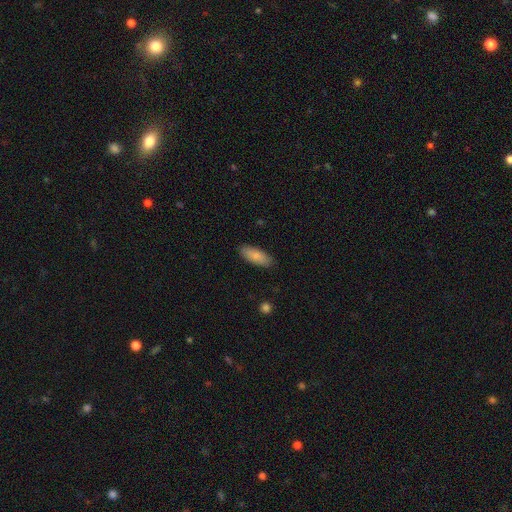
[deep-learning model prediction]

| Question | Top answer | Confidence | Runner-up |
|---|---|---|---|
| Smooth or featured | smooth | 86% | featured or disk (8%) |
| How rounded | in between | 77% | cigar-shaped (21%) |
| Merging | none | 86% | minor disturbance (11%) |